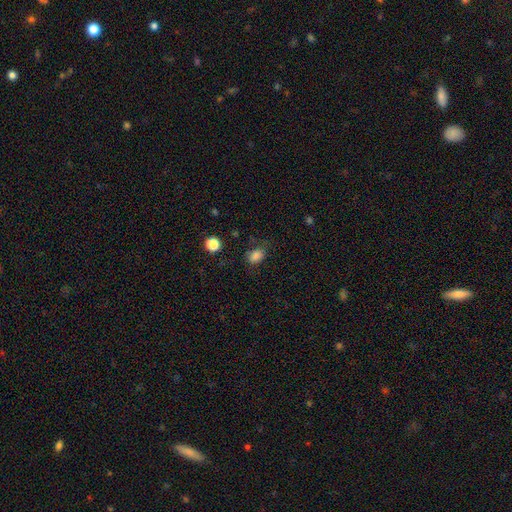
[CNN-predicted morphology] Smooth or featured?
  - smooth: 83% *
  - star or artifact: 12%
  - featured or disk: 5%
How rounded?
  - in between: 69% *
  - round: 29%
  - cigar-shaped: 1%
Merging?
  - none: 68% *
  - minor disturbance: 22%
  - major disturbance: 8%
  - merger: 2%